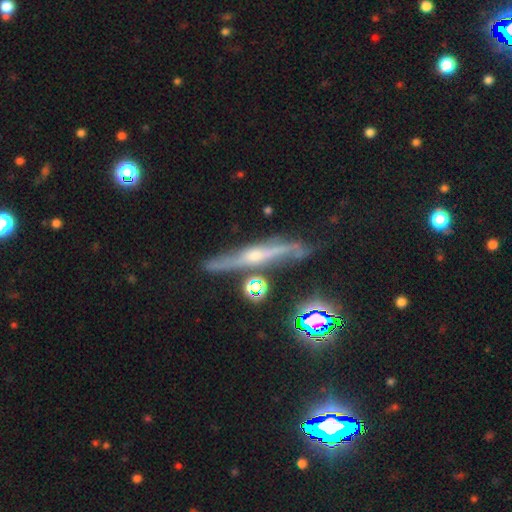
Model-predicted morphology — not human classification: This is likely a featured or disk galaxy (73%). It is clearly viewed edge-on (88%). Edge-on bulge: likely rounded (72%). Merging: likely none (71%).